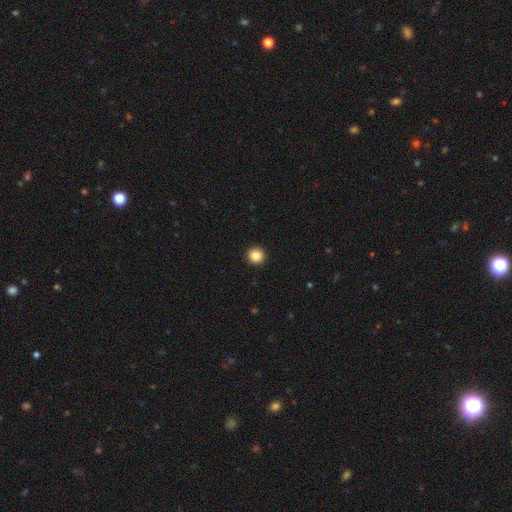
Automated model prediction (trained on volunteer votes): smooth-or-featured: smooth: 87% | star or artifact: 9% | featured or disk: 4%
  how-rounded: round: 96% | in between: 3% | cigar-shaped: 1%
  merging: none: 94% | minor disturbance: 4% | major disturbance: 1% | merger: 1%